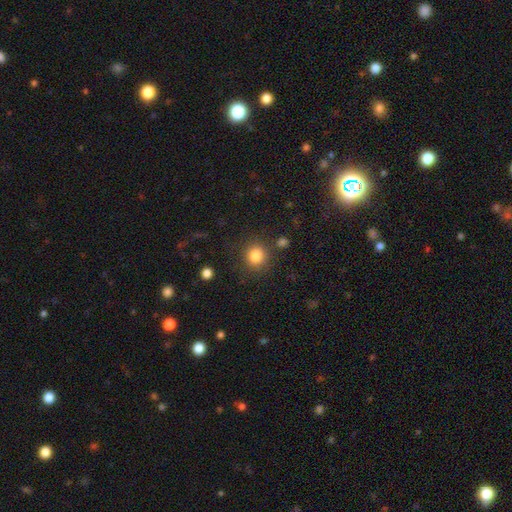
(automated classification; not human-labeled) smooth_or_featured: smooth (p=0.84) [alt: star or artifact p=0.11]
how_rounded: round (p=0.90) [alt: in between p=0.09]
merging: none (p=0.84) [alt: minor disturbance p=0.09]